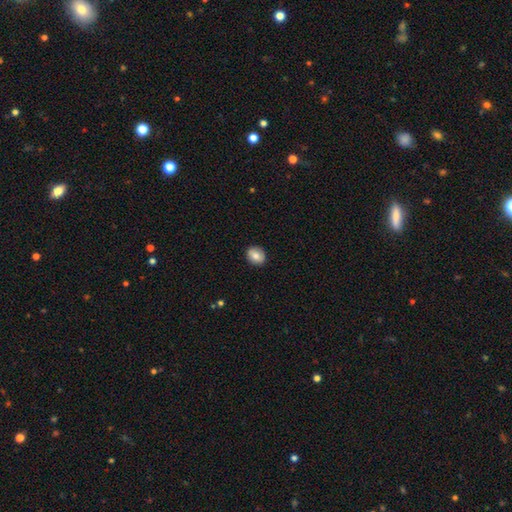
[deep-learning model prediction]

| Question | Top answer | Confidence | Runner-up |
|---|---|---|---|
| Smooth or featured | smooth | 78% | featured or disk (15%) |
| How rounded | round | 67% | in between (32%) |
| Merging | none | 90% | minor disturbance (8%) |